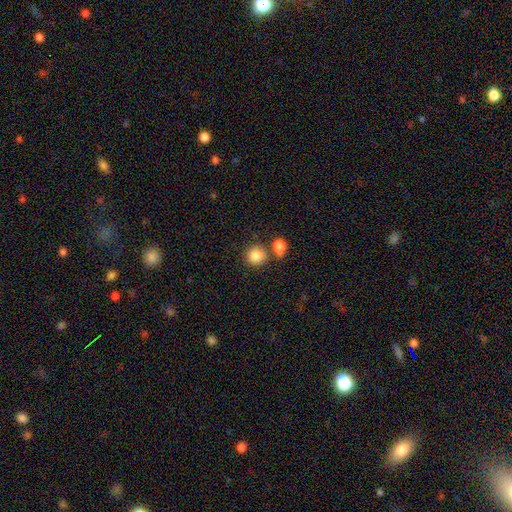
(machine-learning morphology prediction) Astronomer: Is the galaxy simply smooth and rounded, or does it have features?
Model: smooth — 84%.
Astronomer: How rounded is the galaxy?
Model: round — 90%.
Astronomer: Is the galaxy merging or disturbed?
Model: none — 70%.